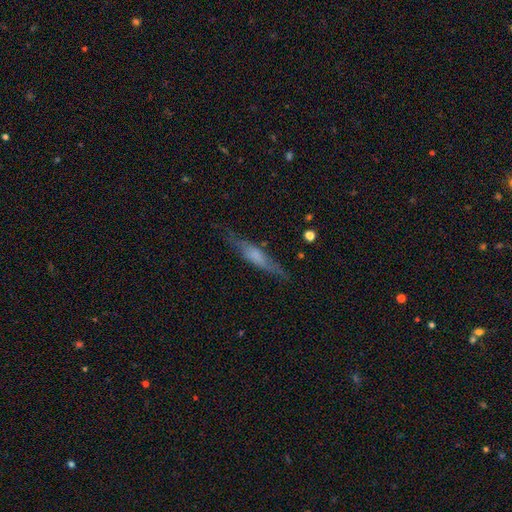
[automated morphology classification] Q: Smooth or featured?
A: featured or disk (47%); runner-up: smooth (45%)
Q: Merging?
A: none (74%); runner-up: minor disturbance (18%)